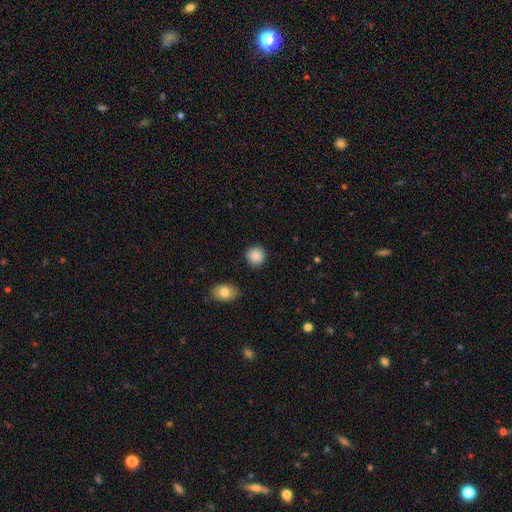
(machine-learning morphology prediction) type=smooth (88%); roundness=round (90%); merging=none (89%).